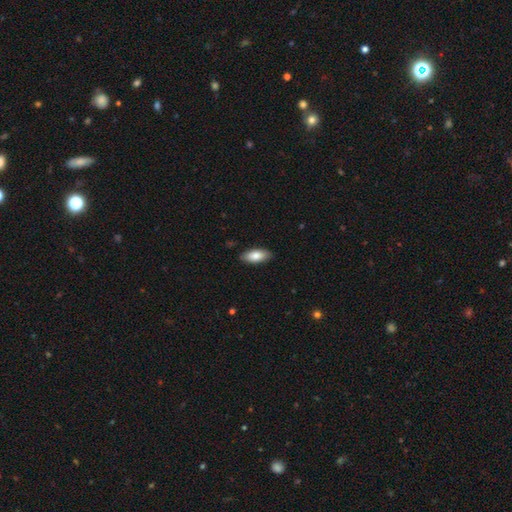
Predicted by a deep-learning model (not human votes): smooth_or_featured: smooth (p=0.84) [alt: featured or disk p=0.11]
how_rounded: in between (p=0.87) [alt: cigar-shaped p=0.11]
merging: none (p=0.87) [alt: minor disturbance p=0.10]